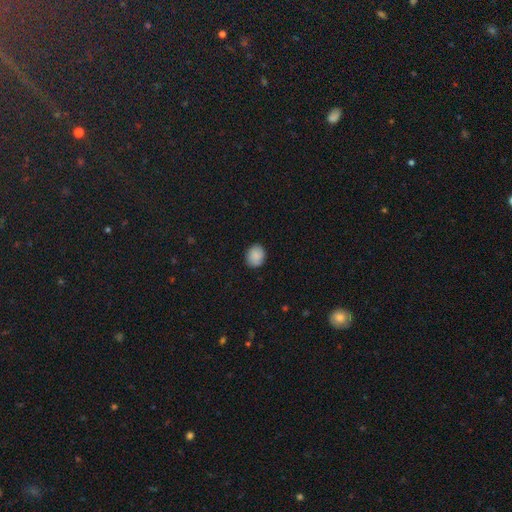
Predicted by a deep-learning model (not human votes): This appears to be a smooth galaxy with no disk features (86%) that is round (63%). Merging: none (86%).